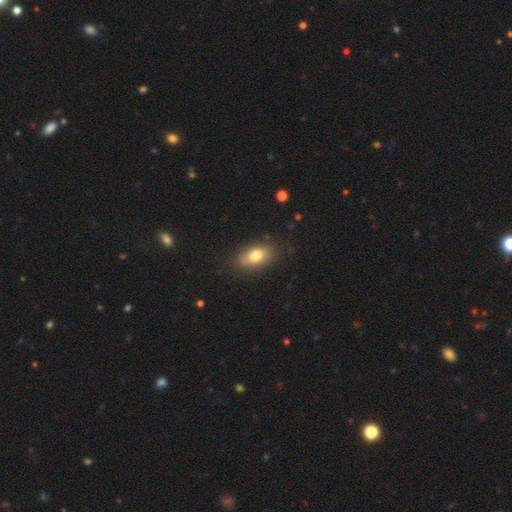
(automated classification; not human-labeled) Smooth or featured: smooth — 77% (featured or disk — 15%)
How rounded: in between — 86% (round — 9%)
Merging: none — 81% (minor disturbance — 14%)